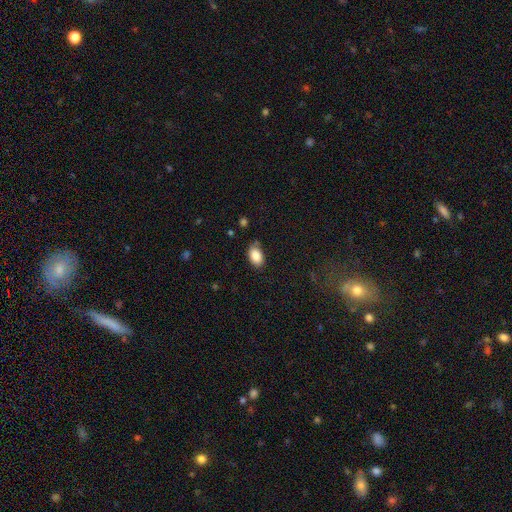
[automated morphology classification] This appears to be a smooth galaxy with no disk features (87%) that is in between round and cigar-shaped (89%). Merging: none (74%).